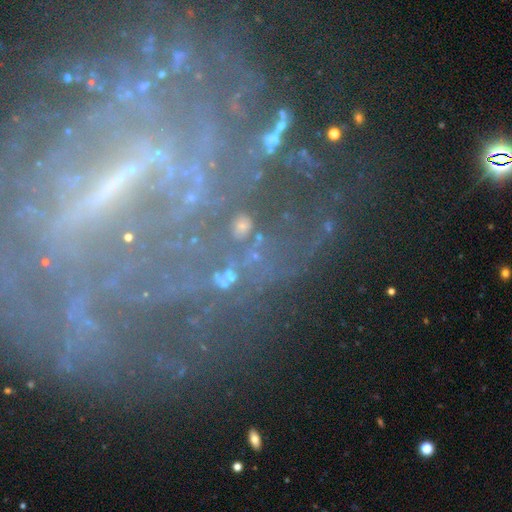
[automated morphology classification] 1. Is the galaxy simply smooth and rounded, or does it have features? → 46% star or artifact, 30% featured or disk, 25% smooth.